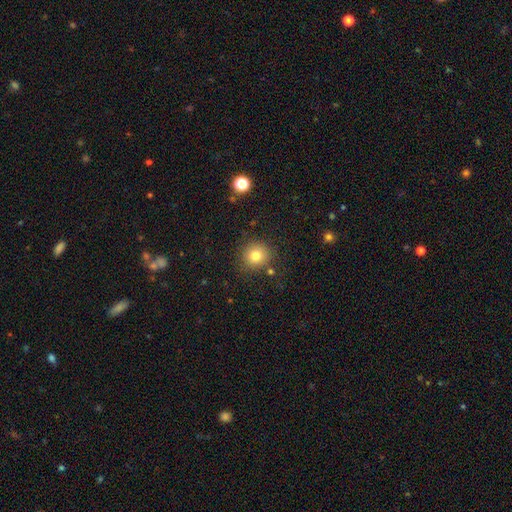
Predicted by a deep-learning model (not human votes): Q: Smooth or featured?
A: smooth (79%); runner-up: star or artifact (12%)
Q: How rounded?
A: round (90%); runner-up: in between (9%)
Q: Merging?
A: none (86%); runner-up: minor disturbance (9%)